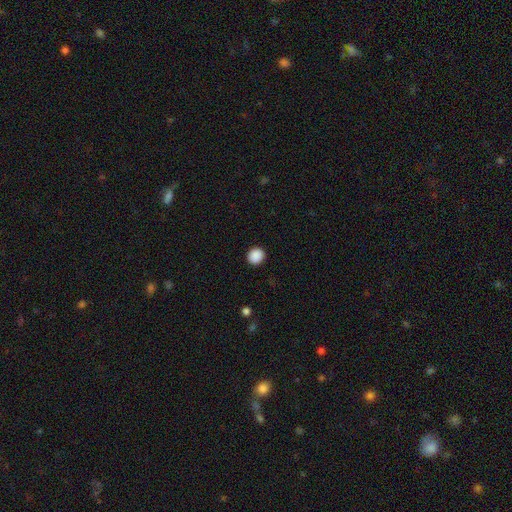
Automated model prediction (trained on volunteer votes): A smooth galaxy with no disk features (89%) that is round (87%). Merging: none (92%).